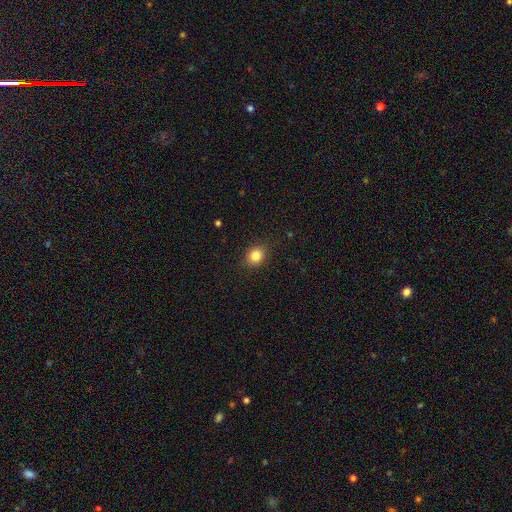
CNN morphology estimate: Smooth or featured: smooth — 84% (star or artifact — 10%)
How rounded: round — 60% (in between — 39%)
Merging: none — 87% (minor disturbance — 9%)